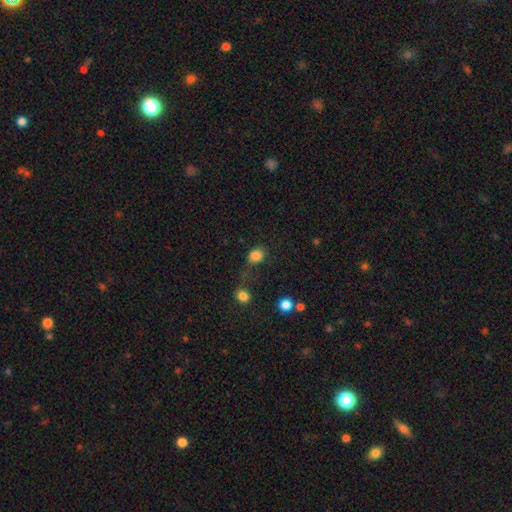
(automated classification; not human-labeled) A smooth galaxy with no disk features (83%) that is in between round and cigar-shaped (49%, tied with round).

Vote fractions:
- Smooth or featured? smooth: 83% / star or artifact: 12% / featured or disk: 6%
- How rounded? in between: 49% (tied) / round: 49% (tied) / cigar-shaped: 1%
- Merging? none: 56% / minor disturbance: 22% / major disturbance: 13% / merger: 9%